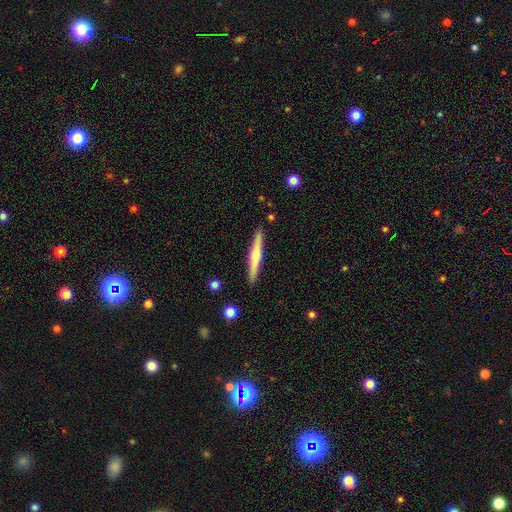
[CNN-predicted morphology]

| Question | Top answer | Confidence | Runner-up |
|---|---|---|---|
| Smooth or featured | featured or disk | 54% | smooth (41%) |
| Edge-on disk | yes | 98% | no (2%) |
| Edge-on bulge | rounded | 72% | none (17%) |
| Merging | none | 91% | minor disturbance (7%) |